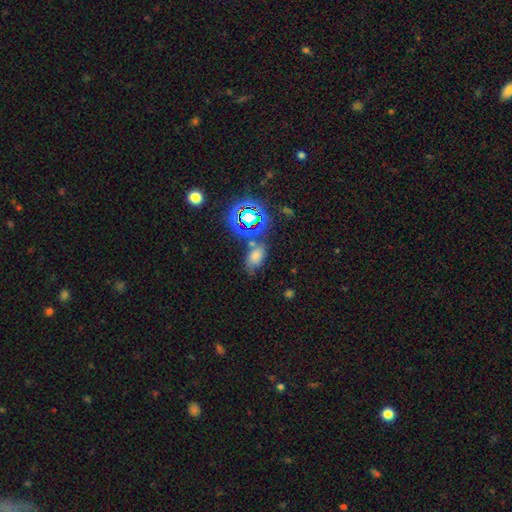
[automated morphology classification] The model was most divided on "smooth or featured": smooth: 64%, star or artifact: 26%, featured or disk: 11%. More confident: how rounded — in between (86%); merging — none (62%).